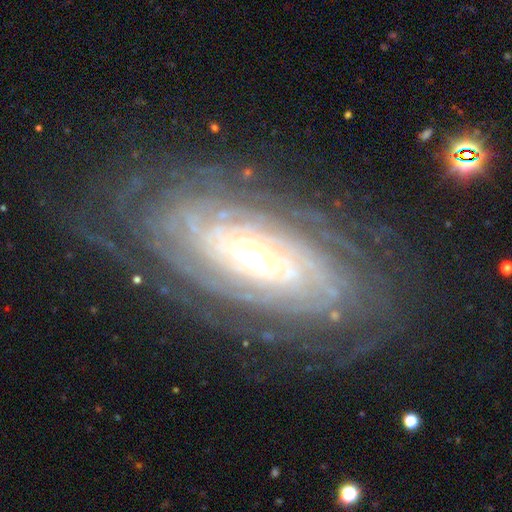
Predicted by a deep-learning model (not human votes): featured or disk 89%, smooth 6%, star or artifact 5%. Down the decision tree: edge-on disk — no (92%); bar — no (49%); spiral arms — yes (97%); spiral arm count — can't tell (34%); spiral winding — tight (84%); bulge size — moderate (54%); merging — none (78%).